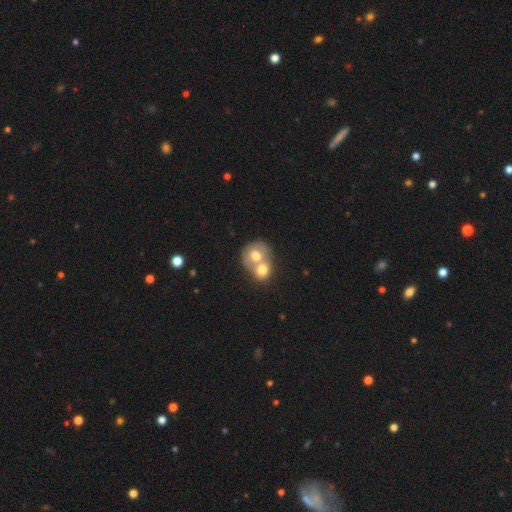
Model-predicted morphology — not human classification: This appears to be a smooth galaxy with no disk features (66%) that is round (72%). Merging: merger (73%).